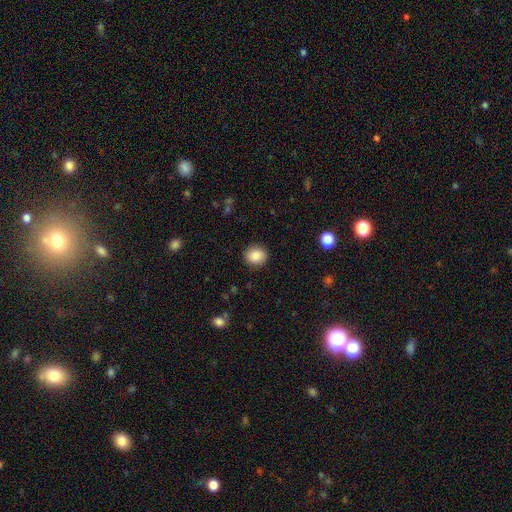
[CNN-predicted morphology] smooth_or_featured: smooth (p=0.86) [alt: star or artifact p=0.08]
how_rounded: round (p=0.78) [alt: in between p=0.21]
merging: none (p=0.90) [alt: minor disturbance p=0.07]